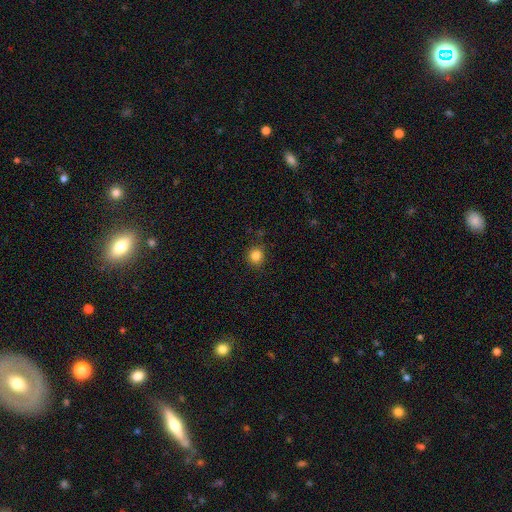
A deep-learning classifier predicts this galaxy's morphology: A smooth galaxy with no disk features (84%) that is round (86%). Merging: none (86%).